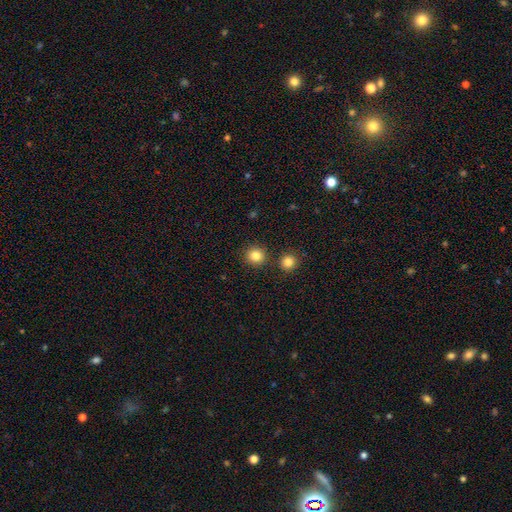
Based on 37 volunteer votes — A smooth galaxy with no disk features (95%) that is round (97%). Merging: none (94%).